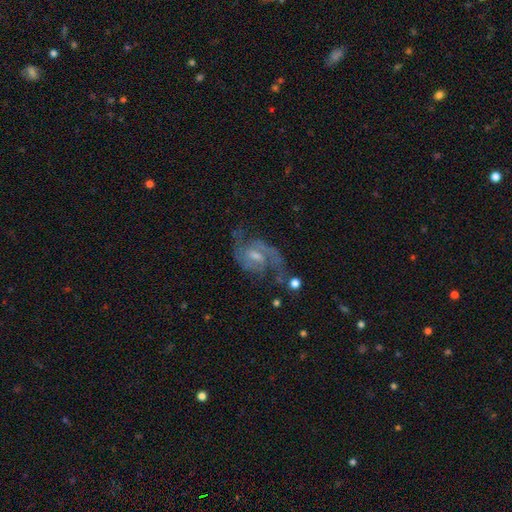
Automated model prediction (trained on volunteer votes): Q: Smooth or featured?
A: featured or disk (86%); runner-up: smooth (8%)
Q: Edge-on disk?
A: no (97%); runner-up: yes (3%)
Q: Bar?
A: weak (57%); runner-up: no (29%)
Q: Spiral arms?
A: yes (96%); runner-up: no (4%)
Q: Spiral winding?
A: medium (54%); runner-up: loose (27%)
Q: Spiral arm count?
A: 2 (83%); runner-up: can't tell (6%)
Q: Bulge size?
A: moderate (45%); runner-up: small (39%)
Q: Merging?
A: none (57%); runner-up: minor disturbance (21%)